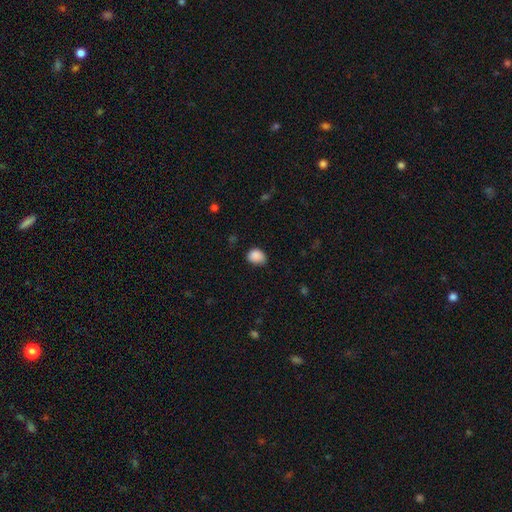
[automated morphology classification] Smooth or featured? smooth (88%)
How rounded? in between (59%)
Merging? none (66%)